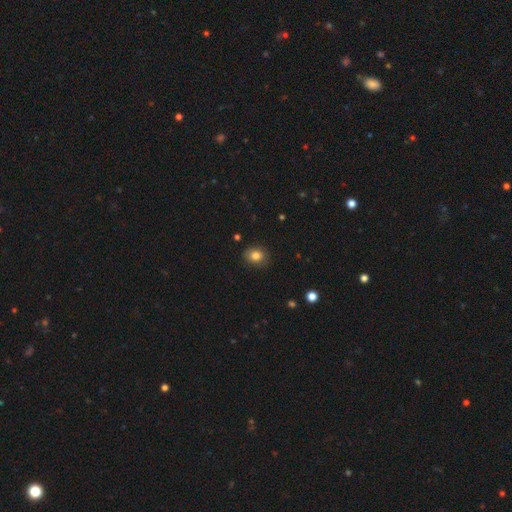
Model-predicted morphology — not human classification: The model was most divided on "how rounded": round: 62%, in between: 37%, cigar-shaped: 1%. More confident: merging — none (84%); smooth or featured — smooth (82%).